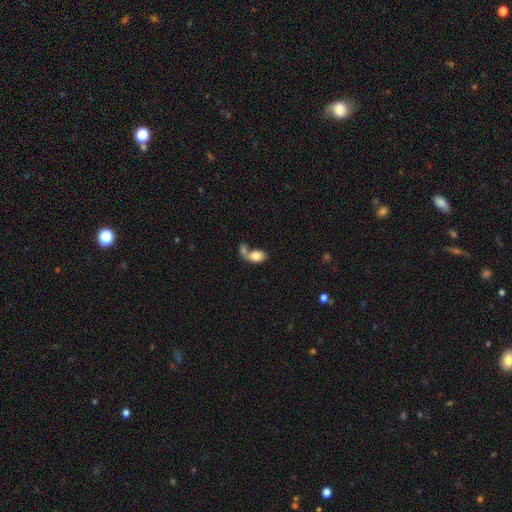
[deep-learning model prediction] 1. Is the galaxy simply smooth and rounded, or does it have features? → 76% smooth, 17% featured or disk, 7% star or artifact.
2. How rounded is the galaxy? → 85% in between, 13% round, 2% cigar-shaped.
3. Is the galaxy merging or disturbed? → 60% merger, 20% none, 10% major disturbance, 9% minor disturbance.